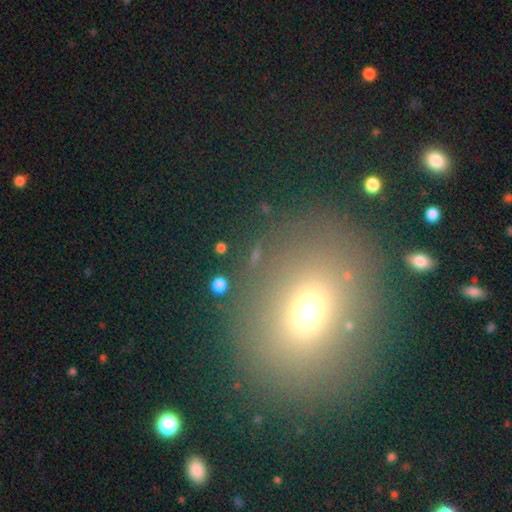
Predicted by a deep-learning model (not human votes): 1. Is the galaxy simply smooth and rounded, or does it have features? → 63% smooth, 24% star or artifact, 13% featured or disk.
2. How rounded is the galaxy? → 59% round, 39% in between, 2% cigar-shaped.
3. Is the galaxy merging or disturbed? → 79% none, 10% minor disturbance, 6% major disturbance, 5% merger.